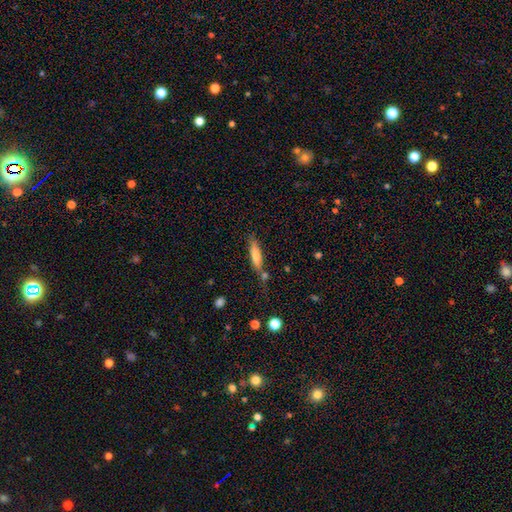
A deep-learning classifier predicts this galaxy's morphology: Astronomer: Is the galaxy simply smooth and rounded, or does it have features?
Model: smooth — 61%.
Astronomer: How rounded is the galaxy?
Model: cigar-shaped — 80%.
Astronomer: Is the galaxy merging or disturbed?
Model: none — 67%.